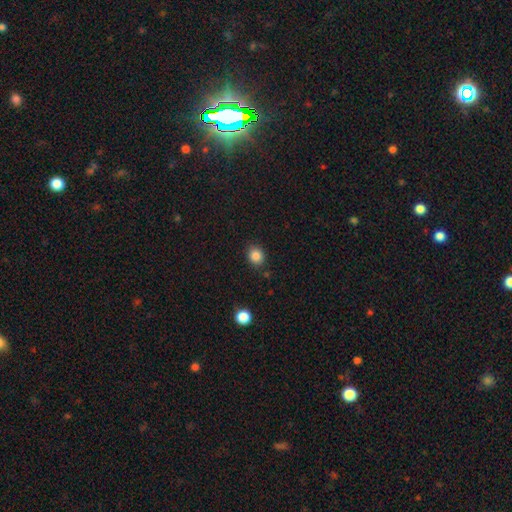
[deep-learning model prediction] smooth-or-featured: smooth: 86% | star or artifact: 10% | featured or disk: 4%
  how-rounded: round: 72% | in between: 28% | cigar-shaped: 1%
  merging: none: 85% | minor disturbance: 10% | major disturbance: 3% | merger: 2%